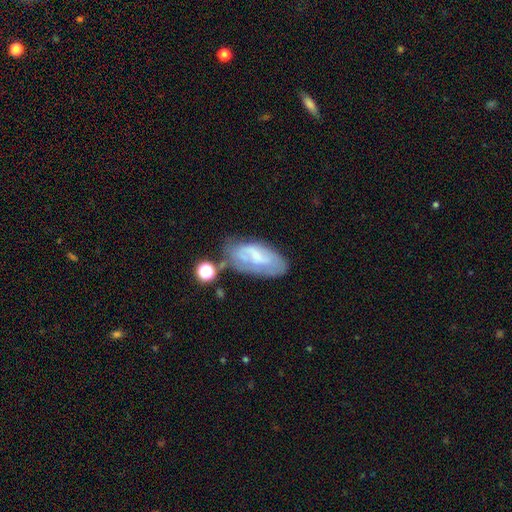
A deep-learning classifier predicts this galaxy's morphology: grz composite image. It shows a featured or disk galaxy (49%). Merging: none (48%).